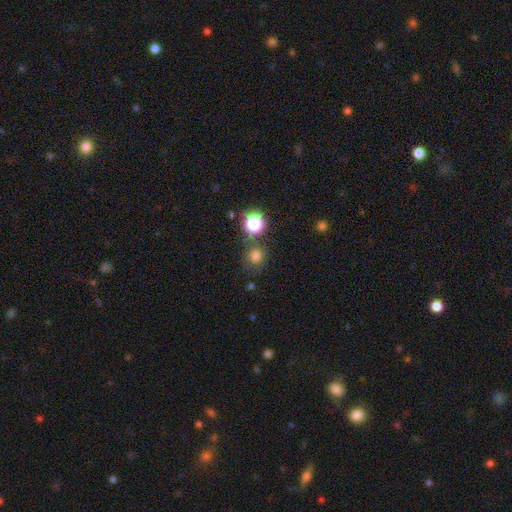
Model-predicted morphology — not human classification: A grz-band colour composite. It shows a smooth galaxy with no disk features (73%) that is round (88%). Merging: none (78%).